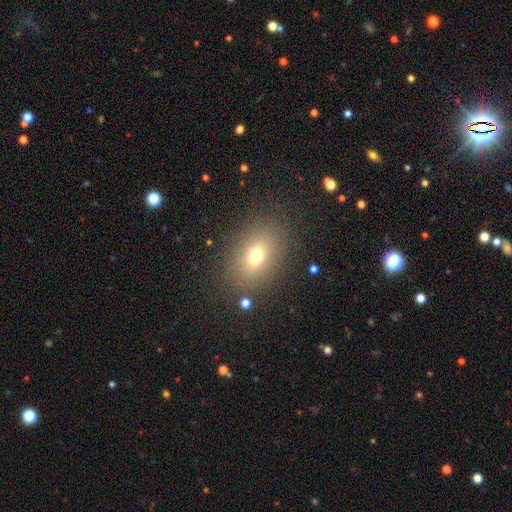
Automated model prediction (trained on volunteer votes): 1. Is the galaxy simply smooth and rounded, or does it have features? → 70% smooth, 15% star or artifact, 15% featured or disk.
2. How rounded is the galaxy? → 76% in between, 22% round, 2% cigar-shaped.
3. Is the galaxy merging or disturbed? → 84% none, 9% minor disturbance, 5% major disturbance, 2% merger.